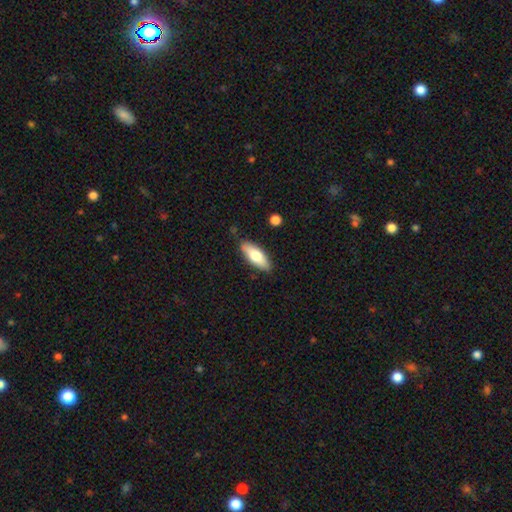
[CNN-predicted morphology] smooth_or_featured: smooth (p=0.71) [alt: featured or disk p=0.23]
how_rounded: in between (p=0.69) [alt: cigar-shaped p=0.29]
merging: none (p=0.85) [alt: minor disturbance p=0.11]